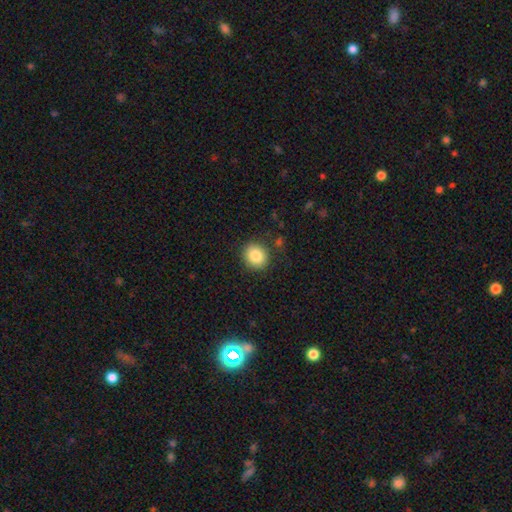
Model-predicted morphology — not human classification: A smooth galaxy with no disk features (85%) that is round (81%). Merging: none (87%).